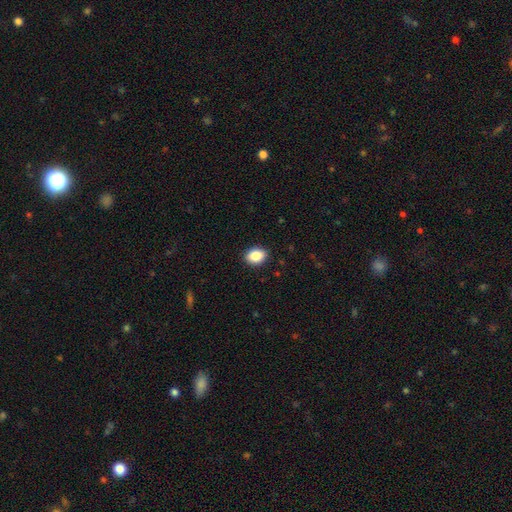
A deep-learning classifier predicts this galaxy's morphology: This is clearly a smooth galaxy (87%). How rounded: possibly in between (60%). Merging: clearly none (90%).